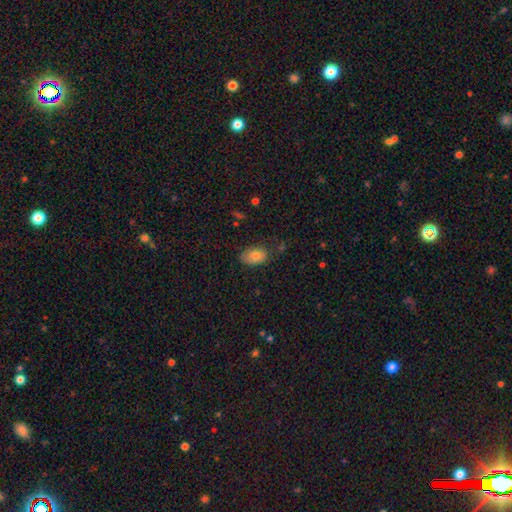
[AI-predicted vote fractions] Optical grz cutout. It shows a smooth galaxy with no disk features (79%) that is in between round and cigar-shaped (89%). Merging: none (68%).